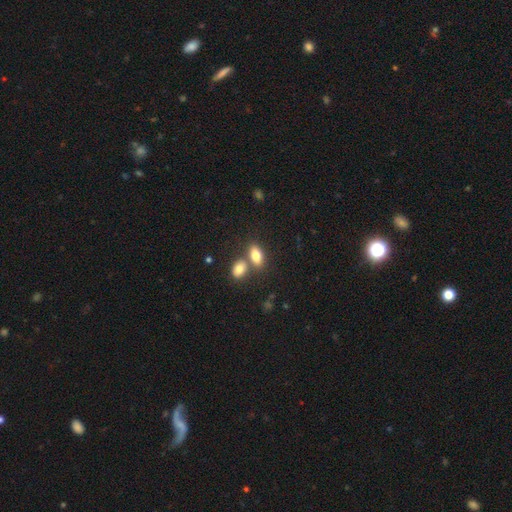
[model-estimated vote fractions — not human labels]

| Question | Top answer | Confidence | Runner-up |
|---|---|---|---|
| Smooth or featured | smooth | 81% | featured or disk (11%) |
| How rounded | in between | 88% | round (7%) |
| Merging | none | 50% | merger (37%) |